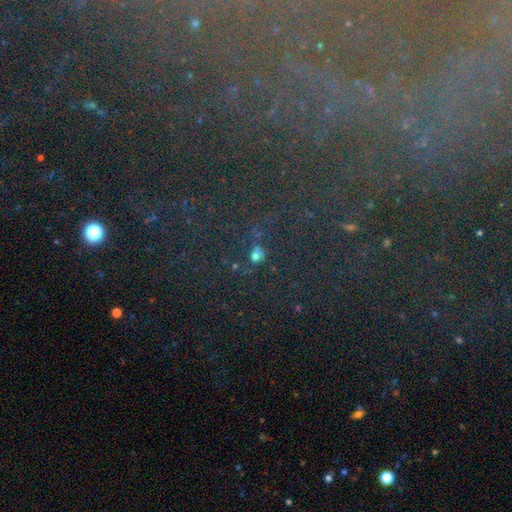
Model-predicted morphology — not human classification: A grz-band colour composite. It shows a star or artifact, not a galaxy (48%).